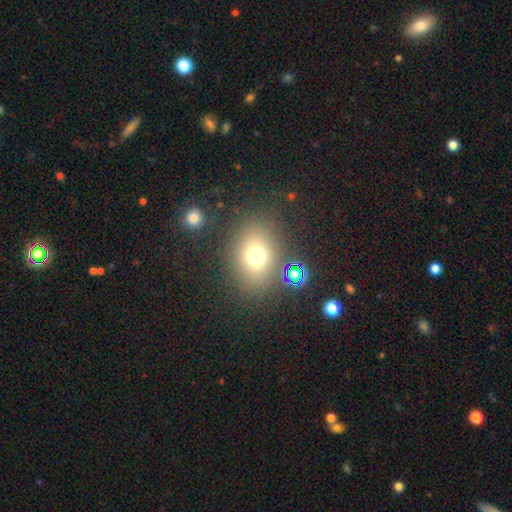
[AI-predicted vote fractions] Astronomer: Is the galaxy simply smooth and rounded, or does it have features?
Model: smooth — 71%.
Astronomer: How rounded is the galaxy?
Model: round — 53% (runner-up: in between, 46%).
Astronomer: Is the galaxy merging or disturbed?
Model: none — 80%.